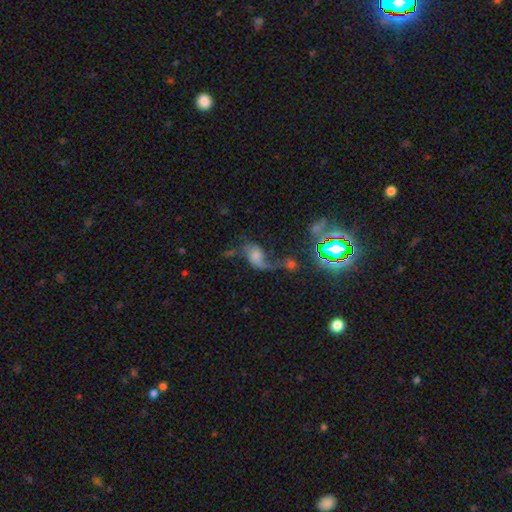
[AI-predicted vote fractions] Morphology: type=featured or disk (60%); edge-on=no (95%); bar=no (63%); spiral arms=yes (85%); bulge=none (28%); merging=none (35%).